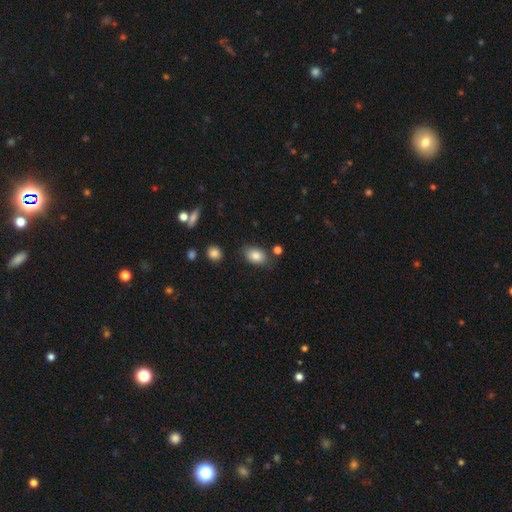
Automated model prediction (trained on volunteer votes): Smooth or featured? smooth (83%)
How rounded? in between (82%)
Merging? none (76%)